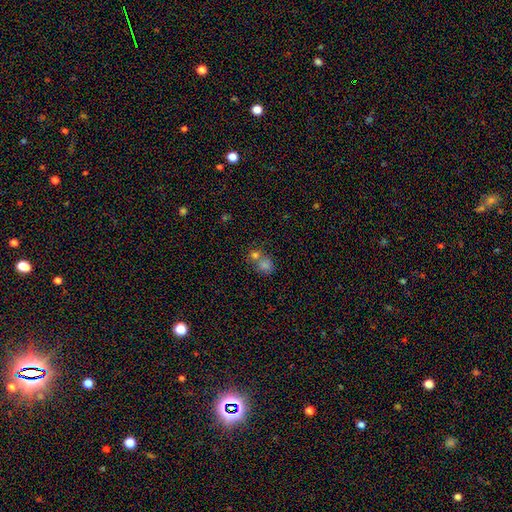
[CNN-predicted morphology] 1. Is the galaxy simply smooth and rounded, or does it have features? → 69% smooth, 19% star or artifact, 12% featured or disk.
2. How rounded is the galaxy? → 76% round, 23% in between, 1% cigar-shaped.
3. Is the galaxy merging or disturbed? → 49% merger, 41% none, 7% minor disturbance, 4% major disturbance.